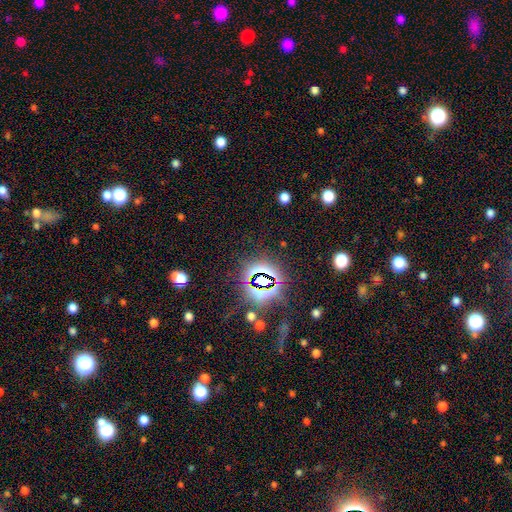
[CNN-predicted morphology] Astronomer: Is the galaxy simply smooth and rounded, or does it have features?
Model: star or artifact — 82%.